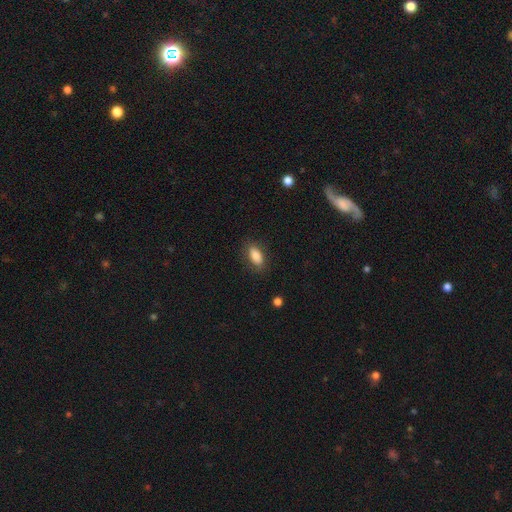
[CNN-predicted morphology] This appears to be a smooth galaxy with no disk features (84%) that is in between round and cigar-shaped (89%). Merging: none (81%).